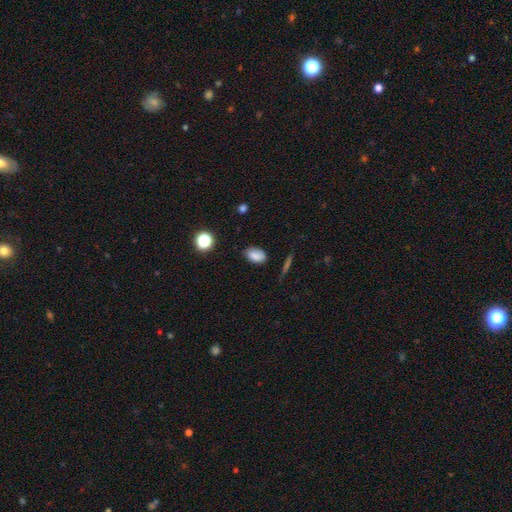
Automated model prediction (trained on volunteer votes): The model was most divided on "merging": none: 75%, minor disturbance: 19%, major disturbance: 4%, merger: 2%. More confident: how rounded — in between (88%); smooth or featured — smooth (82%).